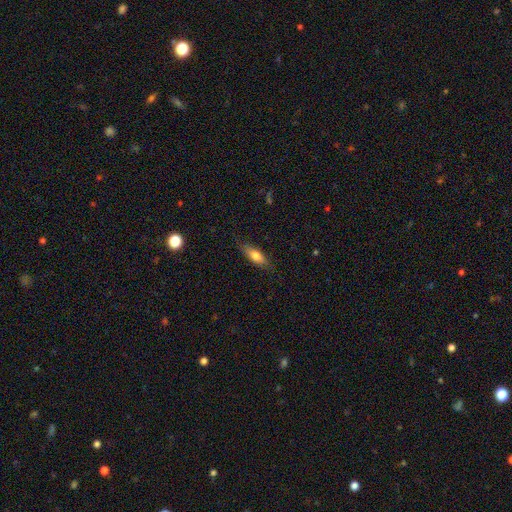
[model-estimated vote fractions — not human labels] Smooth or featured? smooth (70%)
How rounded? in between (60%)
Merging? none (81%)